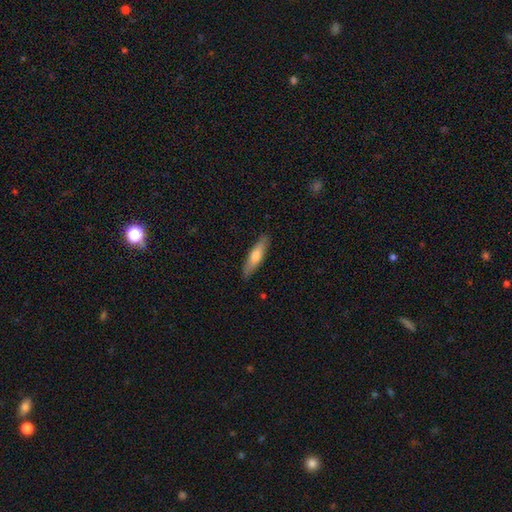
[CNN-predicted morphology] Q: Smooth or featured?
A: smooth (64%); runner-up: featured or disk (31%)
Q: How rounded?
A: cigar-shaped (69%); runner-up: in between (29%)
Q: Merging?
A: none (88%); runner-up: minor disturbance (9%)